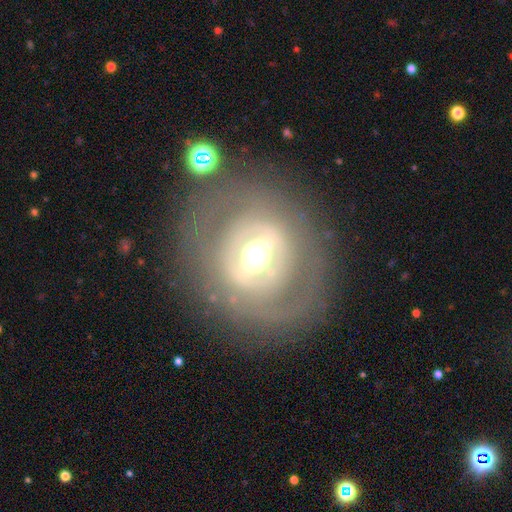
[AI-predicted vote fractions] featured or disk 71%, smooth 21%, star or artifact 8%. Down the decision tree: edge-on disk — no (93%); bar — strong (43%); spiral arms — no (65%); bulge size — moderate (61%); merging — none (76%).